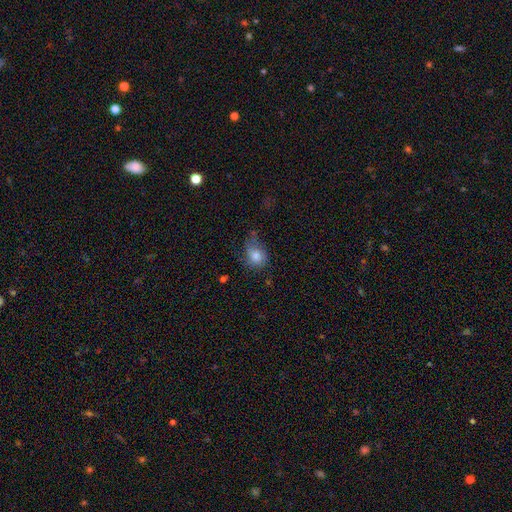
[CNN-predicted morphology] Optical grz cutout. It shows a smooth galaxy with no disk features (77%) that is in between round and cigar-shaped (52%). Merging: none (44%).